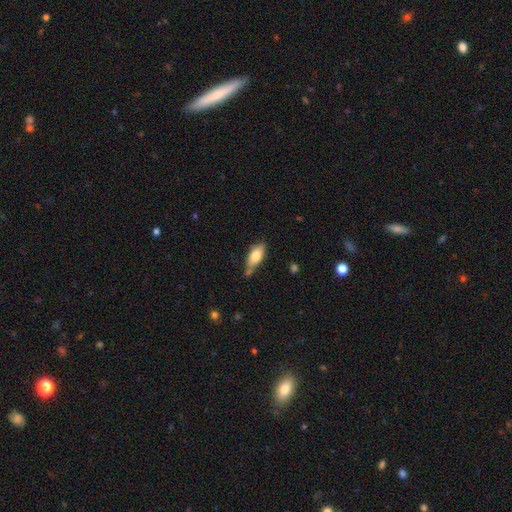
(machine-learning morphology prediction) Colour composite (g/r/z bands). It shows a smooth galaxy with no disk features (73%) that is in between round and cigar-shaped (82%). Merging: none (59%).